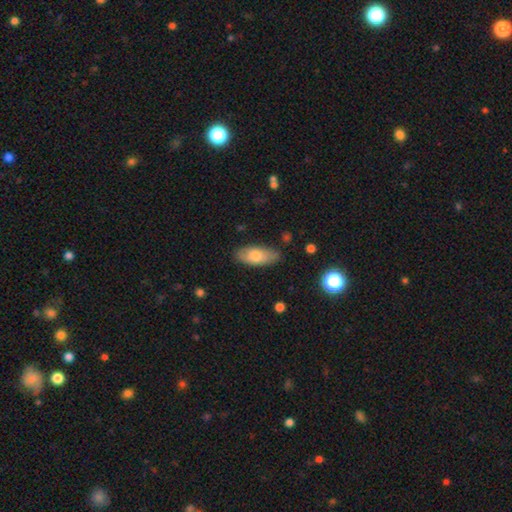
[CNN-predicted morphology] smooth 75%, featured or disk 19%, star or artifact 6%. Down the decision tree: how rounded — in between (85%); merging — none (80%).